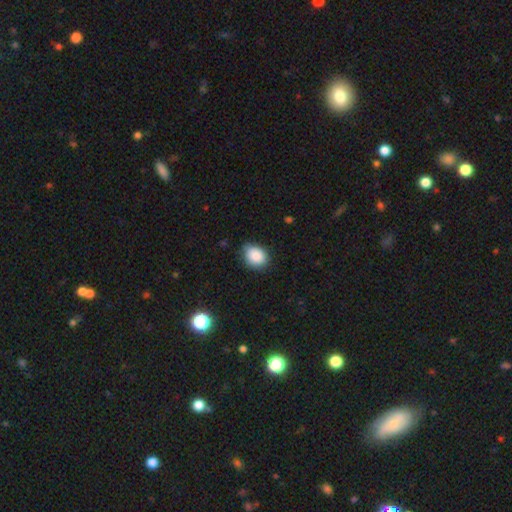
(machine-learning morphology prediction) Q: Smooth or featured?
A: smooth (88%); runner-up: star or artifact (8%)
Q: How rounded?
A: in between (57%); runner-up: round (42%)
Q: Merging?
A: none (75%); runner-up: minor disturbance (21%)